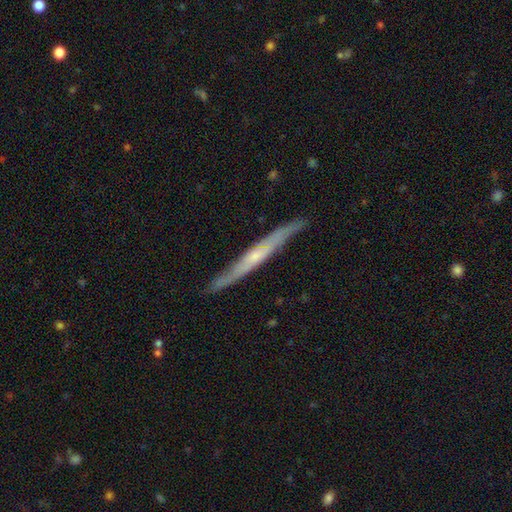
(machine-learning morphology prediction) Overall: featured or disk (68%). Edge-on disk: yes (90%). Edge-on bulge: none (54%; rounded 39%). Merging: none (84%).